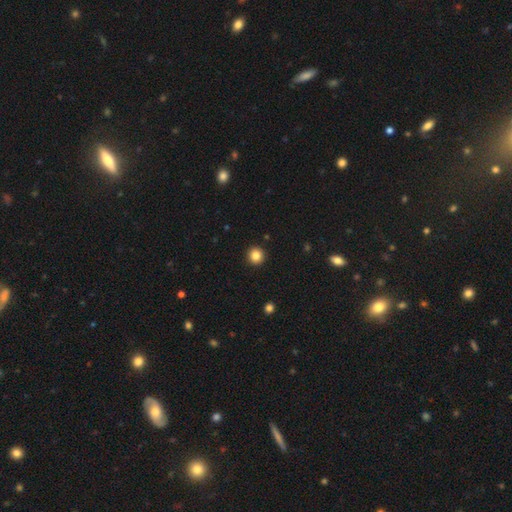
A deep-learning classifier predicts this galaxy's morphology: type=smooth (84%); roundness=round (95%); merging=none (93%).